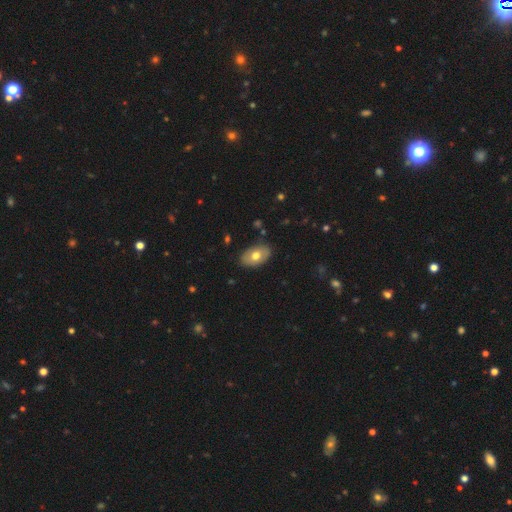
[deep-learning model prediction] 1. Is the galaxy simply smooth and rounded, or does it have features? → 65% smooth, 28% featured or disk, 7% star or artifact.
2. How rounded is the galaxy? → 89% in between, 10% round, 1% cigar-shaped.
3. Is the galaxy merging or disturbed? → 83% none, 13% minor disturbance, 3% major disturbance, 1% merger.